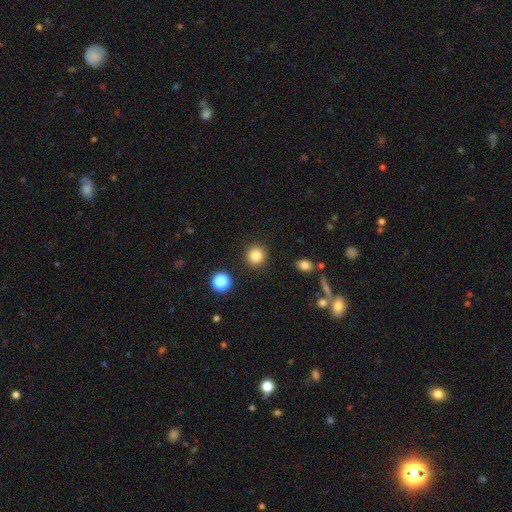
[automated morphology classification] Smooth or featured? Predicted: smooth (p=0.85). How rounded? Predicted: round (p=0.93). Merging? Predicted: none (p=0.90).